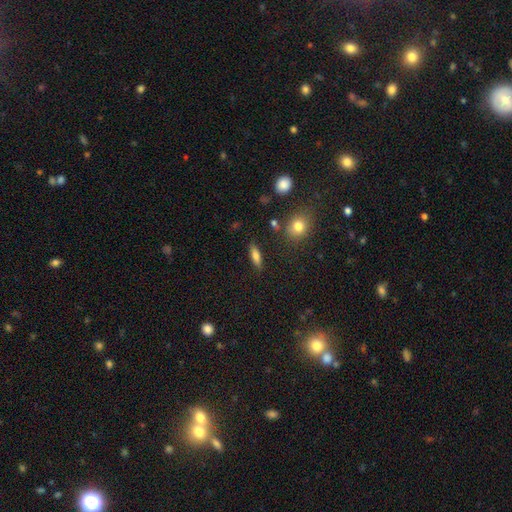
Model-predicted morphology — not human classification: A smooth galaxy with no disk features (72%) that is in between round and cigar-shaped (57%).

Vote fractions:
- Smooth or featured? smooth: 72% / featured or disk: 20% / star or artifact: 8%
- How rounded? in between: 57% / cigar-shaped: 40% / round: 4%
- Merging? none: 86% / minor disturbance: 9% / major disturbance: 3% / merger: 2%